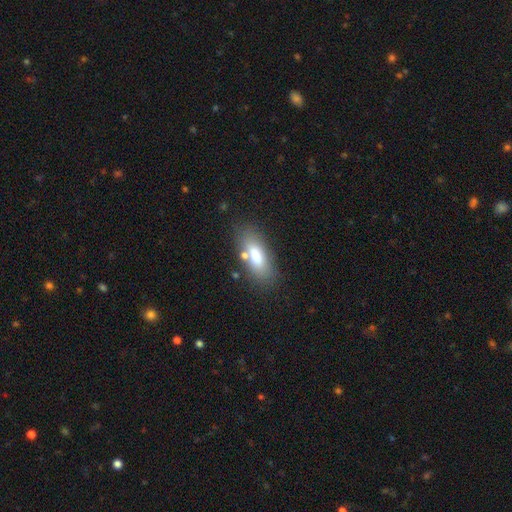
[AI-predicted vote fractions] Overall: smooth (73%). How rounded: in between (74%). Merging: none (73%).